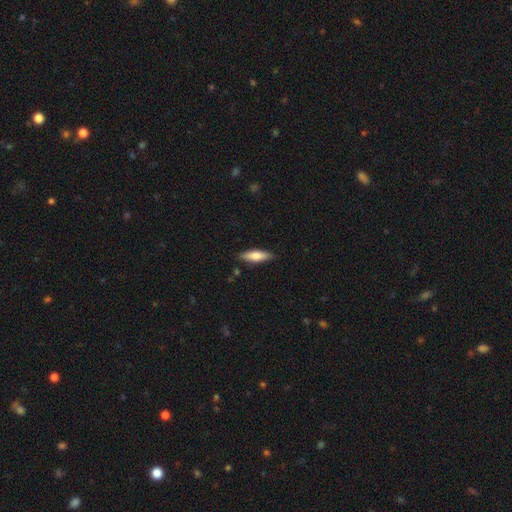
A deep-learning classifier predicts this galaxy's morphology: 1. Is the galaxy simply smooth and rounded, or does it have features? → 71% smooth, 24% featured or disk, 6% star or artifact.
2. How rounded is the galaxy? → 57% cigar-shaped, 41% in between, 2% round.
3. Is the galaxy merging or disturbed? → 86% none, 10% minor disturbance, 2% major disturbance, 1% merger.